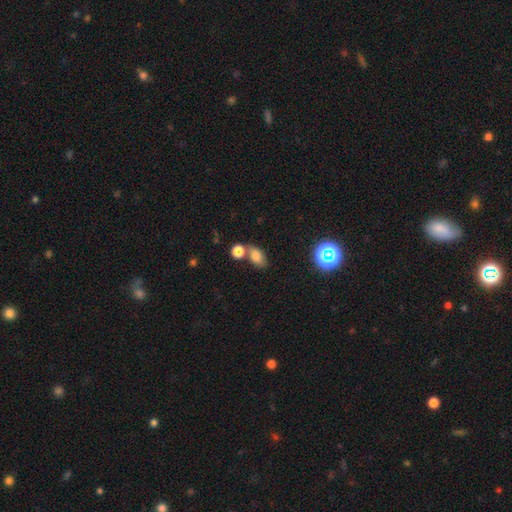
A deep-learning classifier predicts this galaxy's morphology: Smooth or featured? Predicted: smooth (p=0.75). How rounded? Predicted: in between (p=0.85). Merging? Predicted: none (p=0.47).